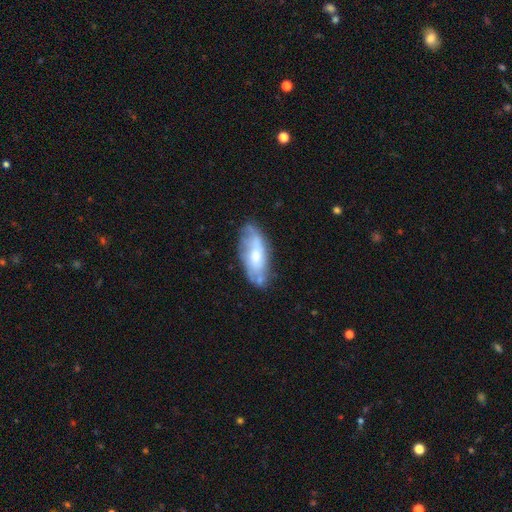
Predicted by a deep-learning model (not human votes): Smooth or featured: featured or disk — 54% (smooth — 40%)
Edge-on disk: no — 83% (yes — 17%)
Merging: none — 65% (minor disturbance — 24%)